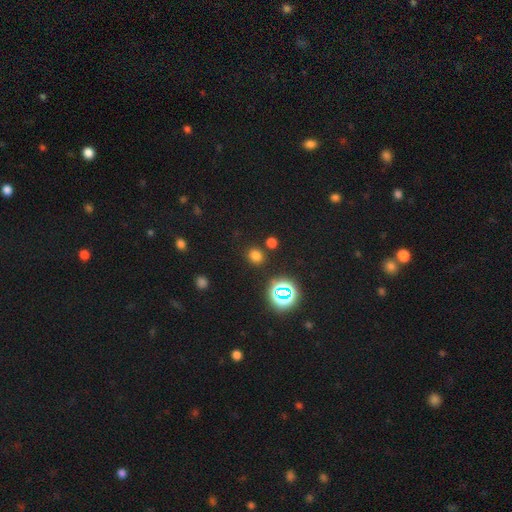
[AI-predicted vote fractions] smooth-or-featured: smooth: 70% | star or artifact: 25% | featured or disk: 5%
  how-rounded: round: 78% | in between: 21% | cigar-shaped: 1%
  merging: none: 84% | minor disturbance: 8% | merger: 6% | major disturbance: 3%